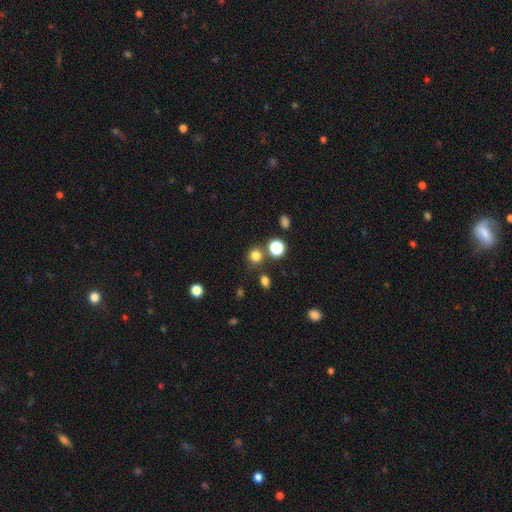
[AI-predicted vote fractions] Smooth or featured? smooth (78%)
How rounded? round (88%)
Merging? none (77%)